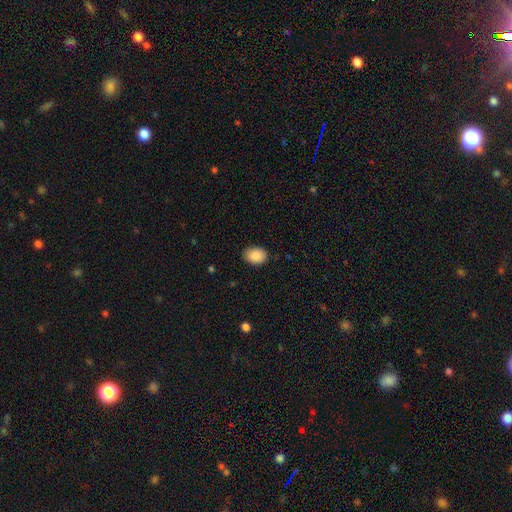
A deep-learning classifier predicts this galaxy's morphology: Smooth or featured: smooth — 89% (star or artifact — 7%)
How rounded: in between — 73% (round — 27%)
Merging: none — 87% (minor disturbance — 10%)